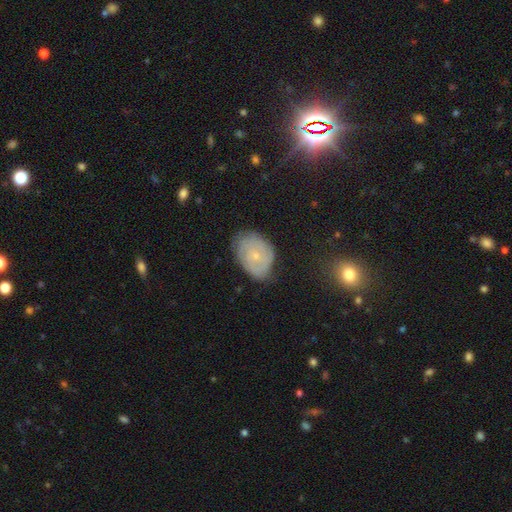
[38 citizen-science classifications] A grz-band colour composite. It shows a featured or disk galaxy (58%) with no bar (71%), tight (81%) spiral arms (76%) and a small central bulge (86%). Merging: none (63%).